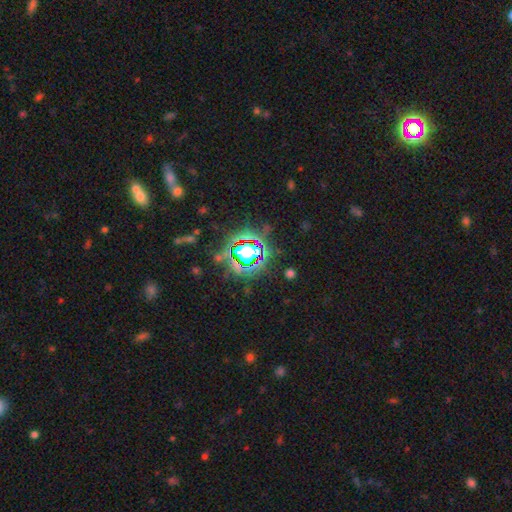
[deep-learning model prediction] smooth-or-featured: star or artifact: 76% | smooth: 16% | featured or disk: 9%